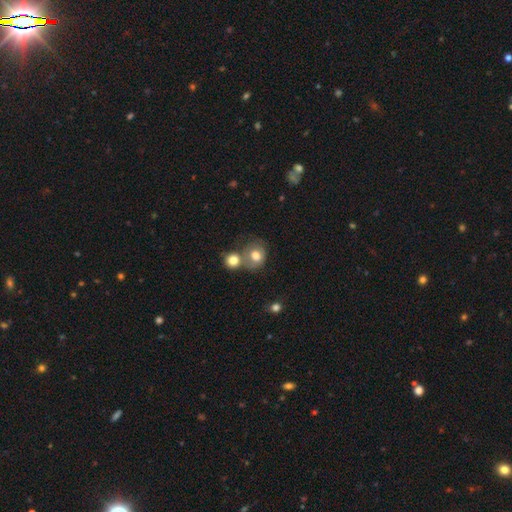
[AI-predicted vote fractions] A smooth galaxy with no disk features (75%) that is round (70%).

Vote fractions:
- Smooth or featured? smooth: 75% / featured or disk: 16% / star or artifact: 9%
- How rounded? round: 70% / in between: 29% / cigar-shaped: 1%
- Merging? merger: 43% / none: 38% / minor disturbance: 13% / major disturbance: 6%